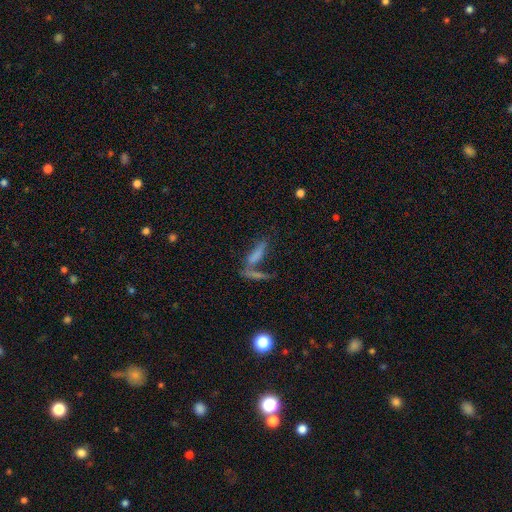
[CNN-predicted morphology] smooth-or-featured: smooth: 60% | featured or disk: 25% | star or artifact: 15%
  how-rounded: cigar-shaped: 72% | in between: 24% | round: 3%
  merging: merger: 42% | none: 37% | minor disturbance: 11% | major disturbance: 10%